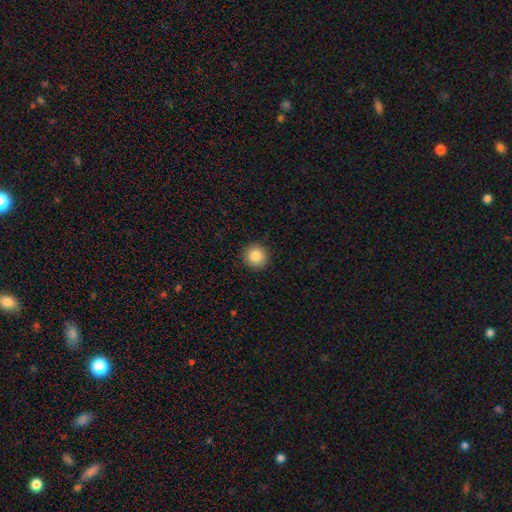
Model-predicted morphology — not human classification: Smooth or featured? smooth (86%)
How rounded? round (94%)
Merging? none (92%)